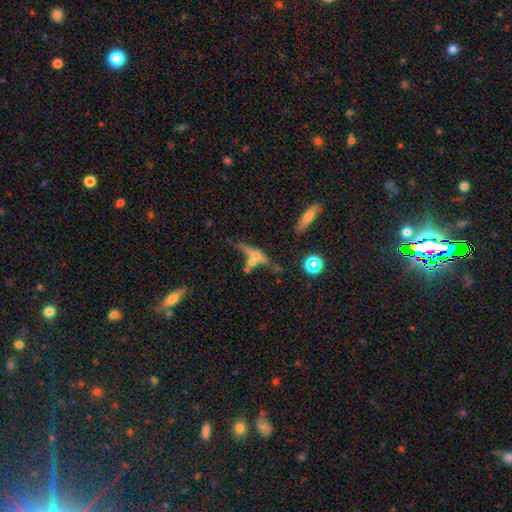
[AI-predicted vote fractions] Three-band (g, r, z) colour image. It shows a smooth galaxy with no disk features (44%). Merging: none (45%).